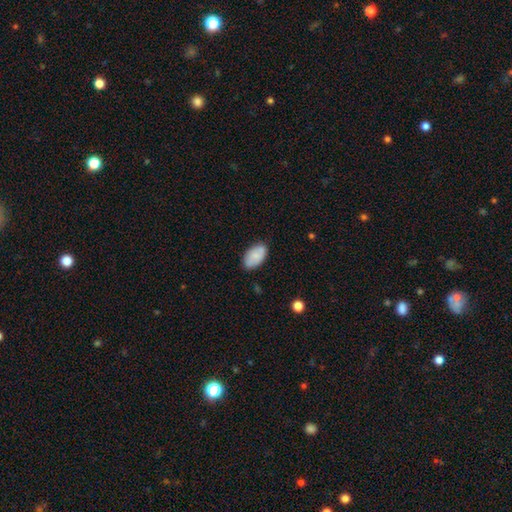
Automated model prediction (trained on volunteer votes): Morphology: type=smooth (80%); roundness=in between (94%); merging=none (79%).